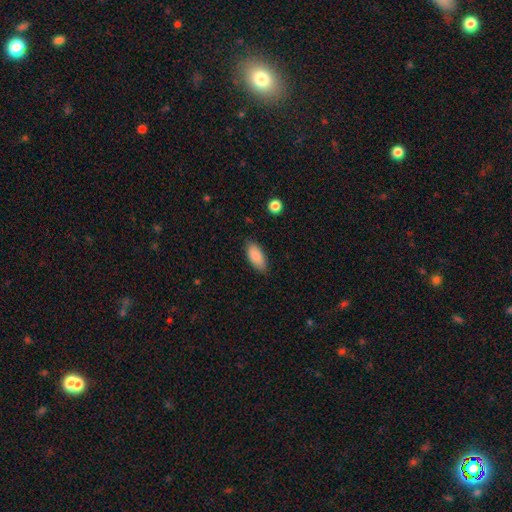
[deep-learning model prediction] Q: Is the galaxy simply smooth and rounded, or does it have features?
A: smooth — 88%.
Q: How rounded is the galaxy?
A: in between — 87%.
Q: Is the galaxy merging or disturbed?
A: none — 82%.